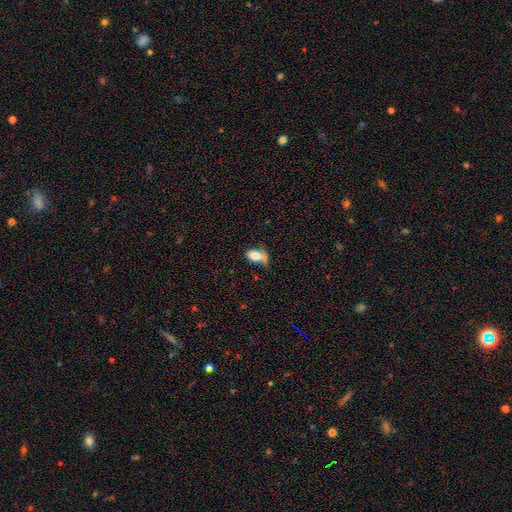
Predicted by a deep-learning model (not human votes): smooth-or-featured: smooth: 77% | featured or disk: 14% | star or artifact: 9%
  how-rounded: in between: 88% | round: 7% | cigar-shaped: 4%
  merging: minor disturbance: 29% (tied) | none: 29% (tied) | major disturbance: 24% | merger: 18%